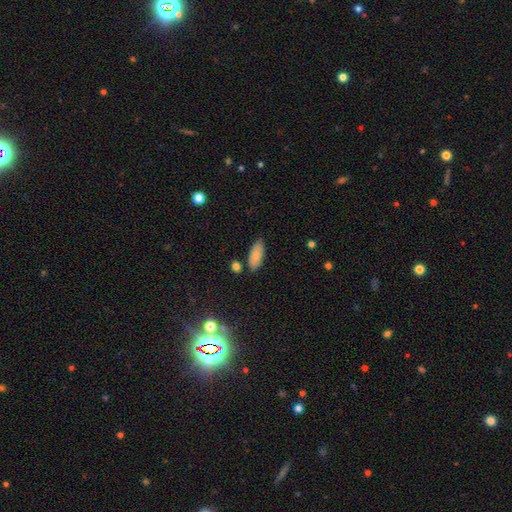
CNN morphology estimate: Smooth or featured? smooth (82%)
How rounded? in between (85%)
Merging? none (78%)